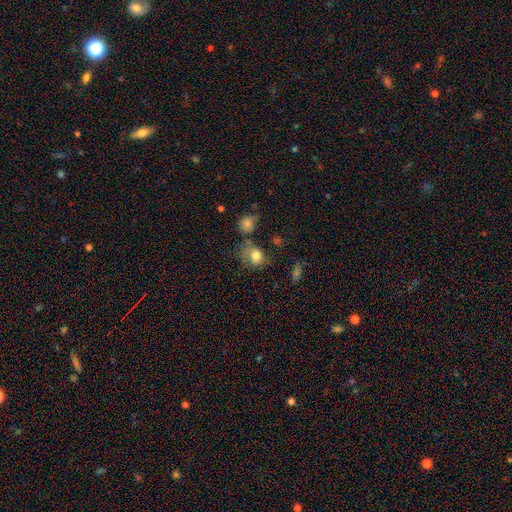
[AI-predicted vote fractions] Q: Smooth or featured?
A: smooth (77%); runner-up: featured or disk (13%)
Q: How rounded?
A: round (58%); runner-up: in between (41%)
Q: Merging?
A: none (45%); runner-up: minor disturbance (26%)